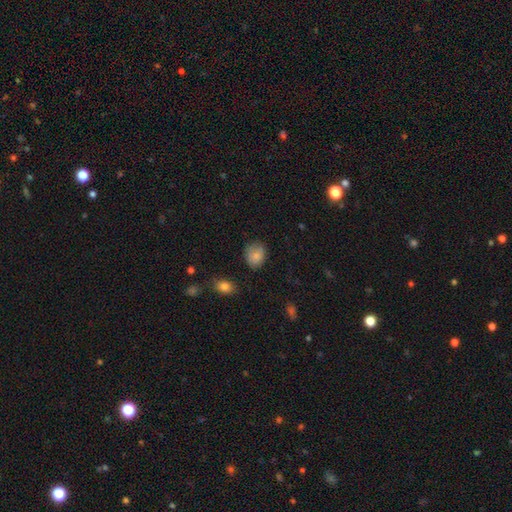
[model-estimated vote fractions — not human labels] Smooth or featured? smooth (85%)
How rounded? in between (50%)
Merging? none (69%)